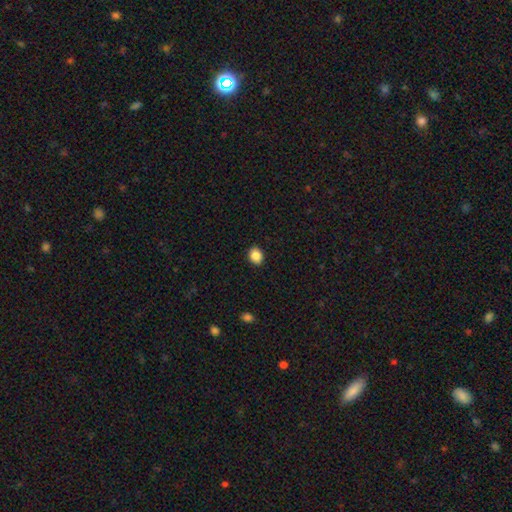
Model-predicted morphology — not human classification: This appears to be a smooth galaxy with no disk features (87%) that is in between round and cigar-shaped (50%). Merging: none (90%).